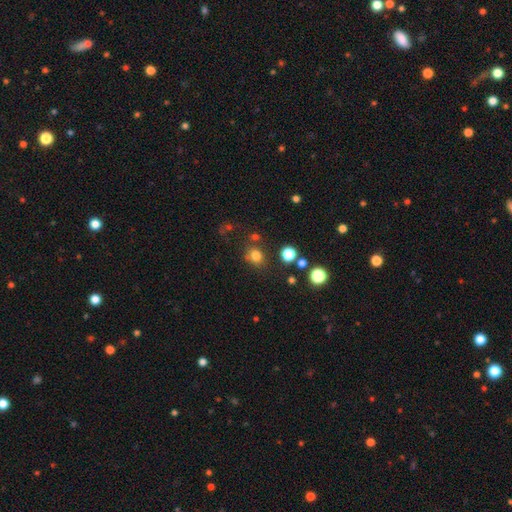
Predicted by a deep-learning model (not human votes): The model was most divided on "how rounded": round: 69%, in between: 30%, cigar-shaped: 1%. More confident: smooth or featured — smooth (79%); merging — none (76%).